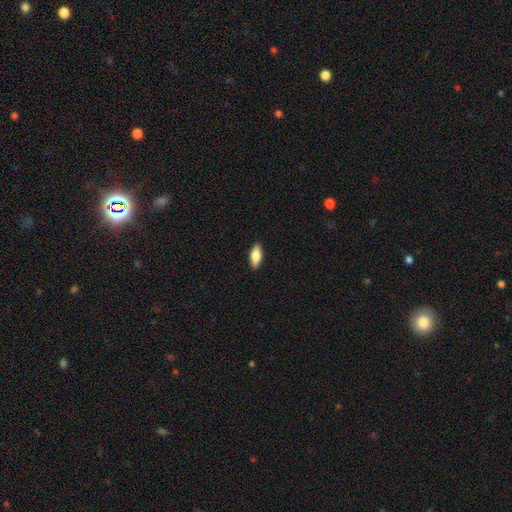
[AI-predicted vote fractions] This is likely a smooth galaxy (78%). How rounded: likely in between (72%). Merging: clearly none (90%).